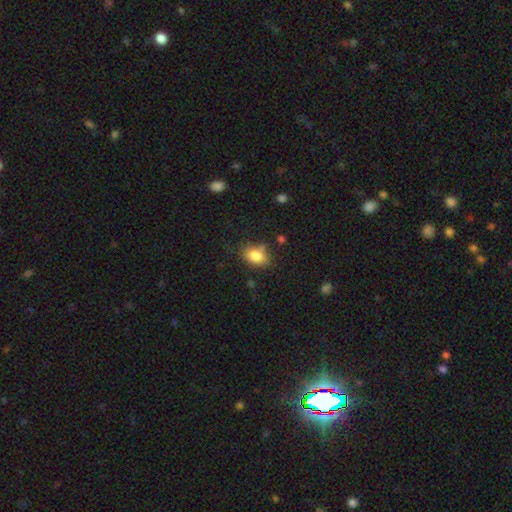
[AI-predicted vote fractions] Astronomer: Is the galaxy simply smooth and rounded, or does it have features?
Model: smooth — 83%.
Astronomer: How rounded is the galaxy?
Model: in between — 79%.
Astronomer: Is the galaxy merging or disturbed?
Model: none — 67%.